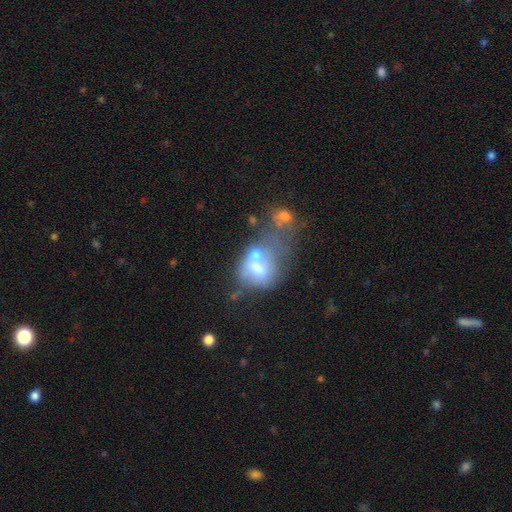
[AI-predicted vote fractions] Smooth or featured?
  - smooth: 48% *
  - featured or disk: 39%
  - star or artifact: 13%
Merging?
  - merger: 54% *
  - major disturbance: 20%
  - none: 15%
  - minor disturbance: 11%